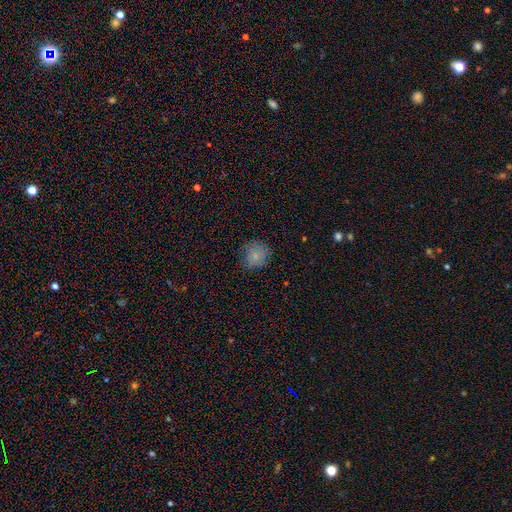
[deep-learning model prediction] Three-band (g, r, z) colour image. It shows a smooth galaxy with no disk features (73%) that is round (86%). Merging: none (72%).